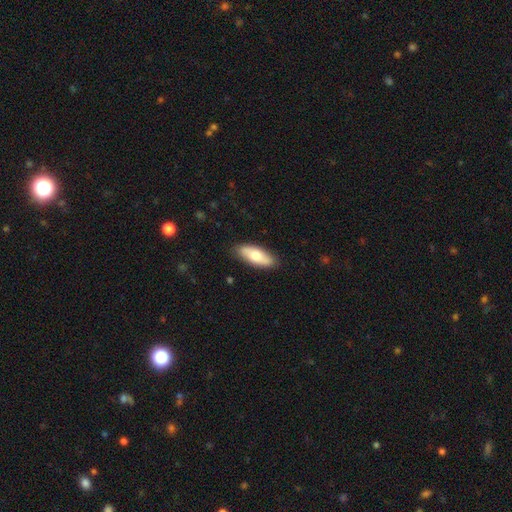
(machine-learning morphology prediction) smooth 71%, featured or disk 24%, star or artifact 5%. Down the decision tree: how rounded — in between (72%); merging — none (86%).